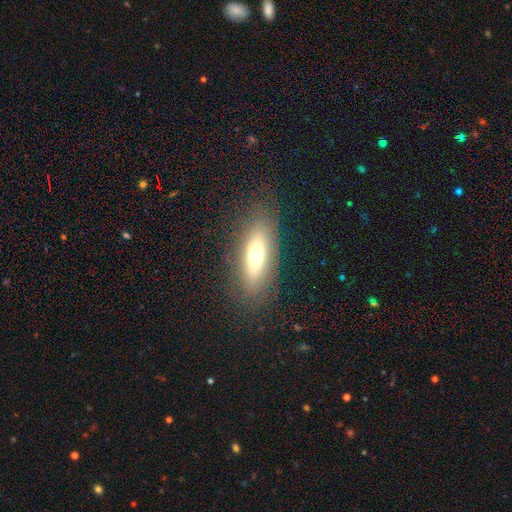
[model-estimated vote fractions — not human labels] Q: Smooth or featured?
A: smooth (63%); runner-up: featured or disk (28%)
Q: How rounded?
A: in between (63%); runner-up: cigar-shaped (34%)
Q: Merging?
A: none (82%); runner-up: minor disturbance (11%)